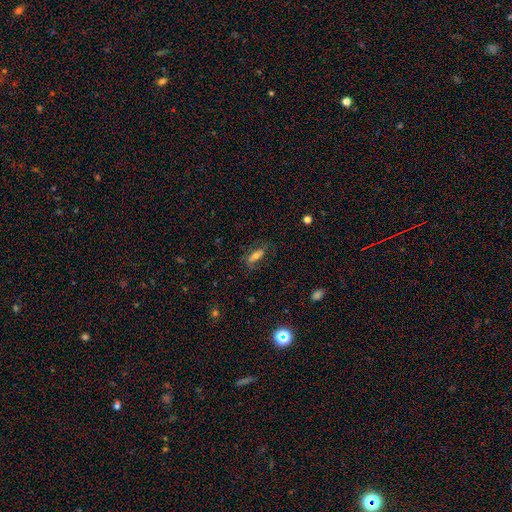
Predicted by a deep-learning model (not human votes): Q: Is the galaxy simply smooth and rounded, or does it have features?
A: smooth — 54%.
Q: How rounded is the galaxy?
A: in between — 61%.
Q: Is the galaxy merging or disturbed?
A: none — 64%.